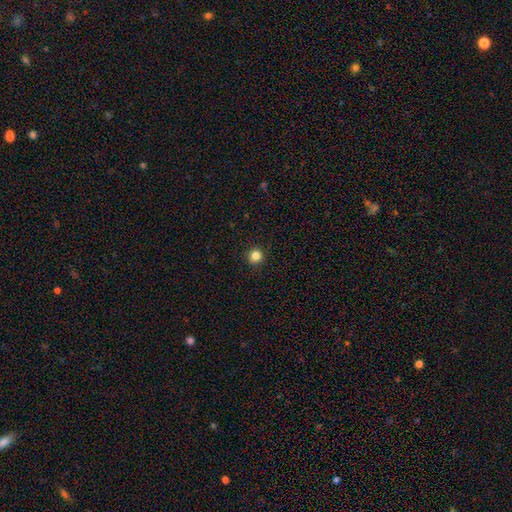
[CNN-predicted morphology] Overall: smooth (83%). How rounded: round (93%). Merging: none (92%).